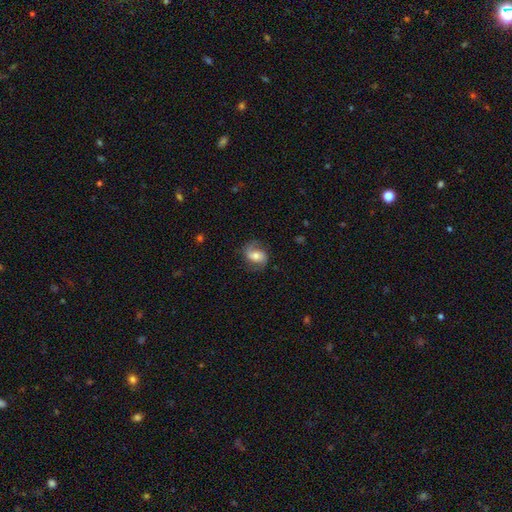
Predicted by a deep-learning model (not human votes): smooth_or_featured: featured or disk (p=0.59) [alt: smooth p=0.33]
disk_edge_on: no (p=0.97) [alt: yes p=0.03]
bar: no (p=0.44) [alt: weak p=0.35]
has_spiral_arms: yes (p=0.88) [alt: no p=0.12]
spiral_winding: medium (p=0.45) [alt: loose p=0.36]
spiral_arm_count: 2 (p=0.87) [alt: can't tell p=0.06]
bulge_size: moderate (p=0.61) [alt: small p=0.25]
merging: none (p=0.74) [alt: minor disturbance p=0.17]